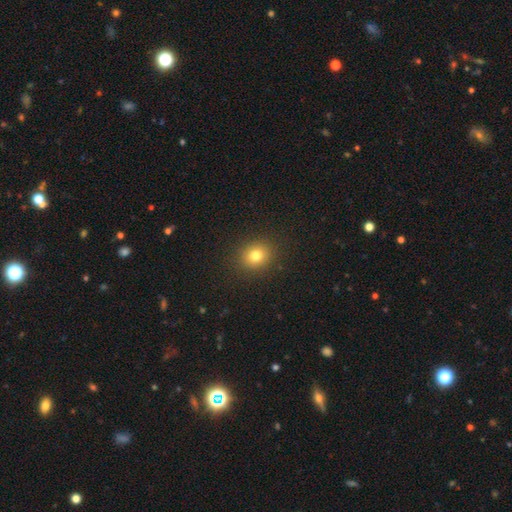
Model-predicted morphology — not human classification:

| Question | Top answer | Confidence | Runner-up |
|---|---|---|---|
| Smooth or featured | smooth | 78% | star or artifact (13%) |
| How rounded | round | 75% | in between (24%) |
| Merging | none | 90% | minor disturbance (7%) |